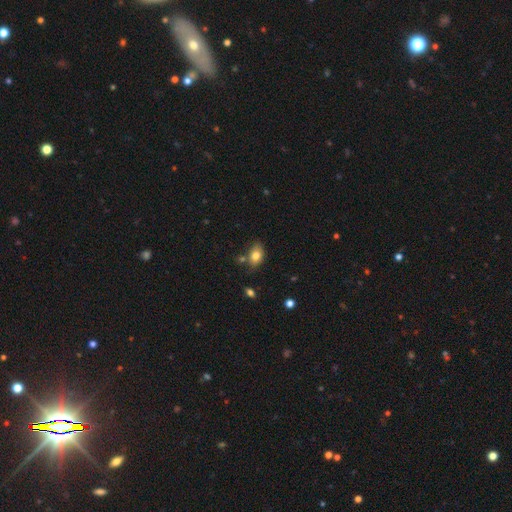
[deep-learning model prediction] Morphology: type=smooth (80%); roundness=in between (84%); merging=none (67%).